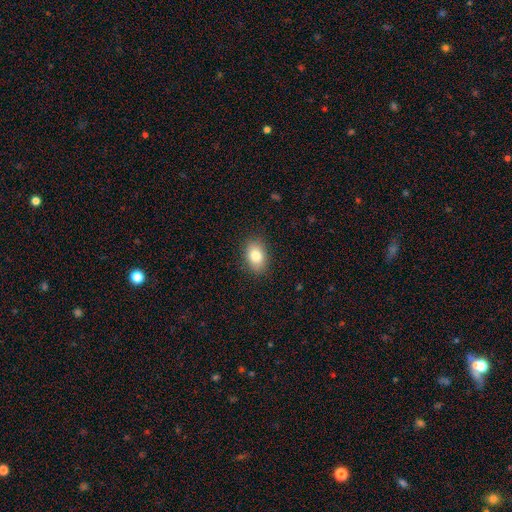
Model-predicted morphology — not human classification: A smooth galaxy with no disk features (82%) that is in between round and cigar-shaped (83%).

Vote fractions:
- Smooth or featured? smooth: 82% / featured or disk: 10% / star or artifact: 8%
- How rounded? in between: 83% / round: 15% / cigar-shaped: 1%
- Merging? none: 87% / minor disturbance: 10% / major disturbance: 3% / merger: 1%